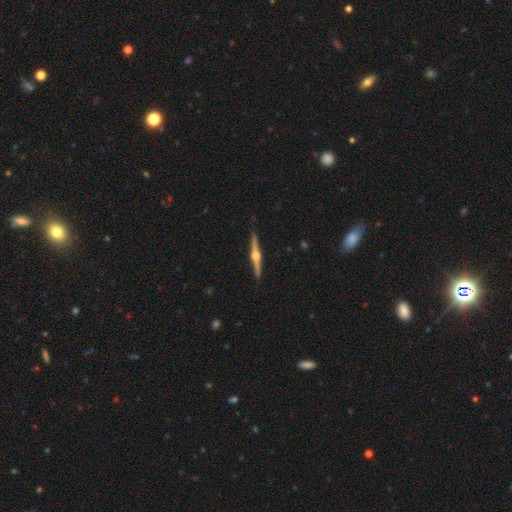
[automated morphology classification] This is clearly a featured or disk galaxy (83%). It is clearly viewed edge-on (99%). Edge-on bulge: clearly rounded (95%). Merging: clearly none (92%).